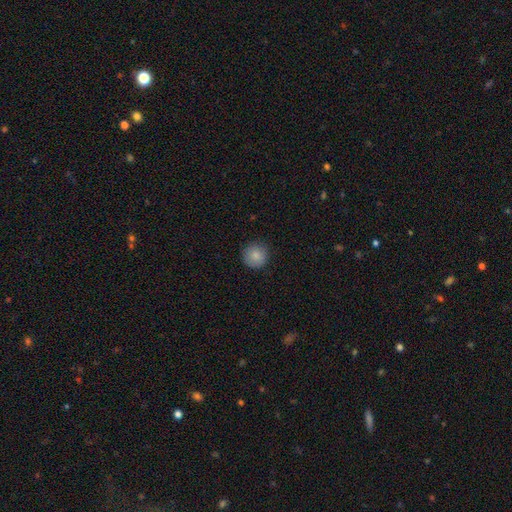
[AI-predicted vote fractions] smooth-or-featured: smooth: 86% | star or artifact: 8% | featured or disk: 6%
  how-rounded: round: 94% | in between: 5% | cigar-shaped: 1%
  merging: none: 88% | minor disturbance: 9% | major disturbance: 2% | merger: 1%